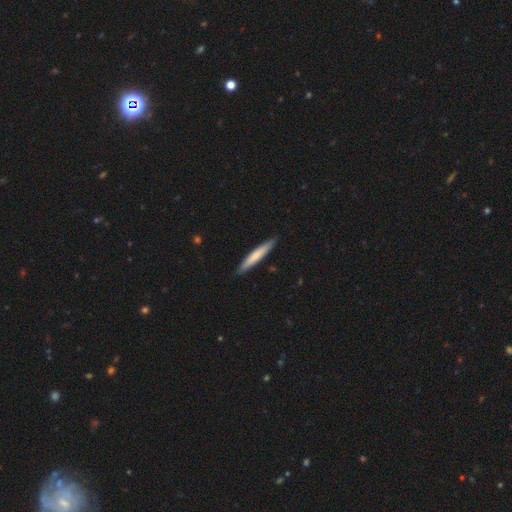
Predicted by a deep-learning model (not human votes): Smooth or featured: smooth — 69% (featured or disk — 26%)
How rounded: cigar-shaped — 94% (in between — 5%)
Merging: none — 90% (minor disturbance — 8%)